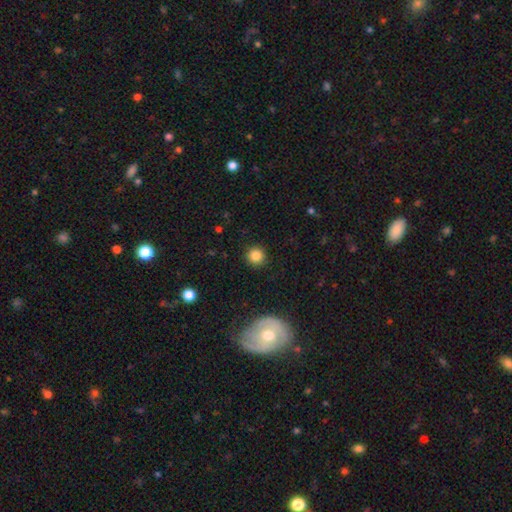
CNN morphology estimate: This appears to be a smooth galaxy with no disk features (83%) that is round (94%). Merging: none (91%).